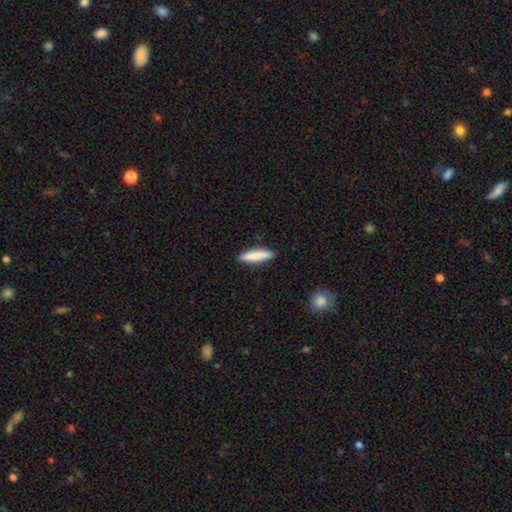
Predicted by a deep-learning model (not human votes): This is clearly a smooth galaxy (81%). How rounded: likely cigar-shaped (79%). Merging: clearly none (91%).